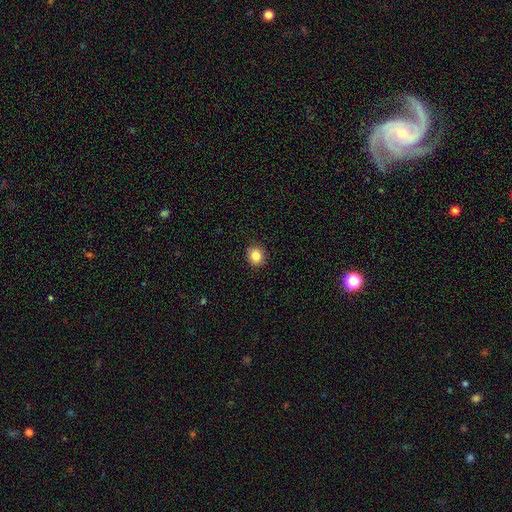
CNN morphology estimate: This appears to be a smooth galaxy with no disk features (85%) that is round (83%). Merging: none (91%).